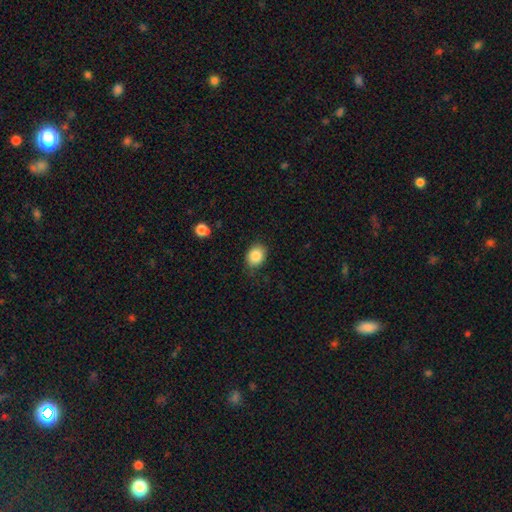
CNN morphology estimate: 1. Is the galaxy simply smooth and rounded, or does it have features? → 86% smooth, 9% star or artifact, 5% featured or disk.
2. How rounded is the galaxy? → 52% in between, 48% round, 1% cigar-shaped.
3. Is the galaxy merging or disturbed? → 80% none, 16% minor disturbance, 3% major disturbance, 1% merger.